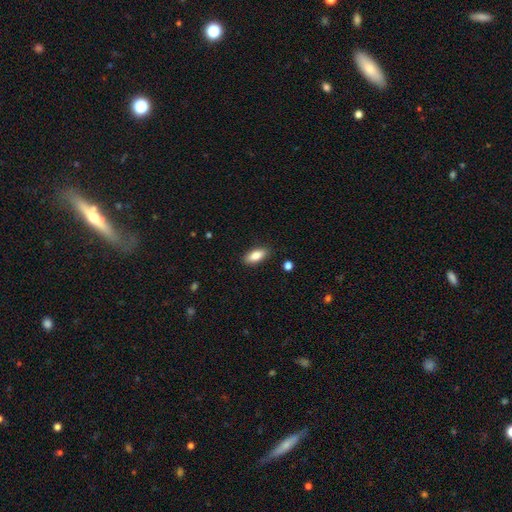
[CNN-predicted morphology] This appears to be a smooth galaxy with no disk features (85%) that is in between round and cigar-shaped (87%). Merging: none (88%).